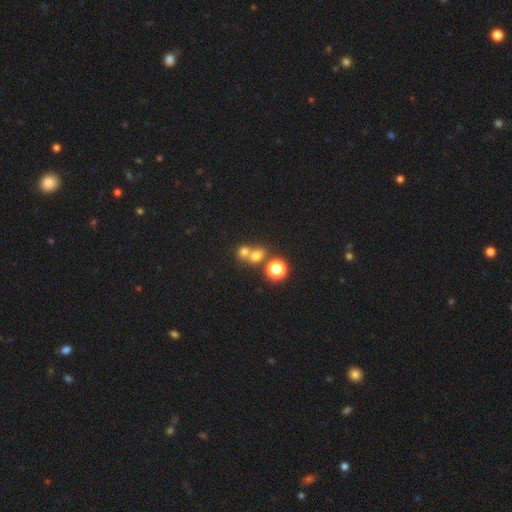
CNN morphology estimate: Q: Smooth or featured?
A: smooth (68%); runner-up: star or artifact (20%)
Q: How rounded?
A: round (71%); runner-up: in between (27%)
Q: Merging?
A: merger (52%); runner-up: none (38%)